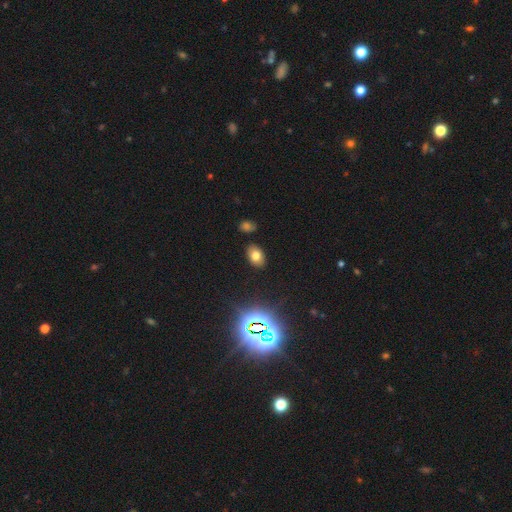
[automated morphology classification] smooth 72%, star or artifact 17%, featured or disk 11%. Down the decision tree: how rounded — in between (84%); merging — none (86%).